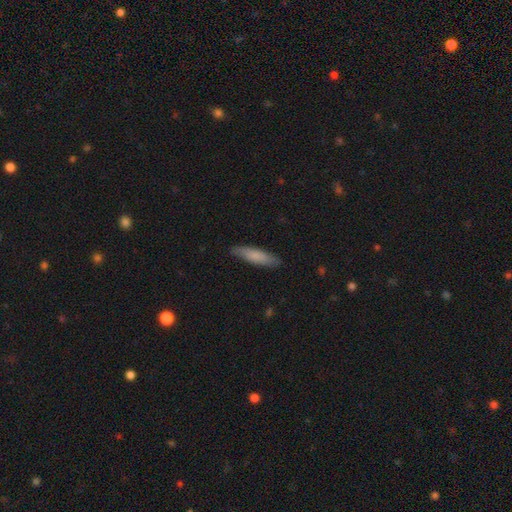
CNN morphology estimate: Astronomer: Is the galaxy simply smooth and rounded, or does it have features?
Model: smooth — 78%.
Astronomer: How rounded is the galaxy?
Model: cigar-shaped — 75%.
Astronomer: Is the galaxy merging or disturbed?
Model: none — 85%.